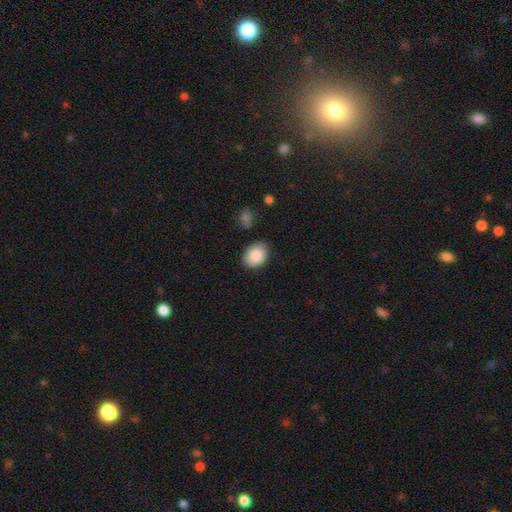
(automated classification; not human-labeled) Smooth or featured: smooth — 88% (star or artifact — 7%)
How rounded: in between — 71% (round — 28%)
Merging: none — 80% (minor disturbance — 15%)